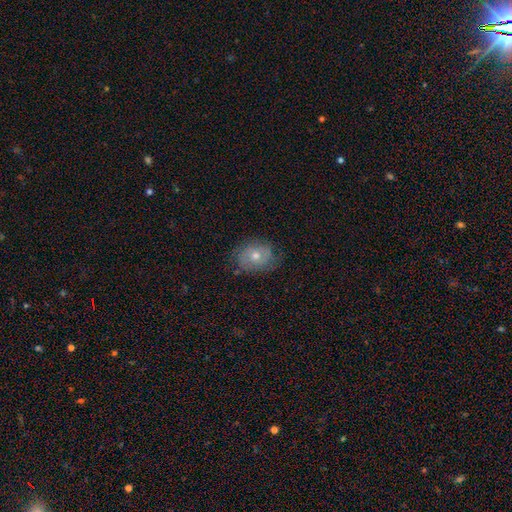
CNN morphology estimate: A featured or disk galaxy (48%).

Vote fractions:
- Smooth or featured? featured or disk: 48% / smooth: 41% / star or artifact: 11%
- Merging? none: 75% / minor disturbance: 18% / major disturbance: 6% / merger: 1%